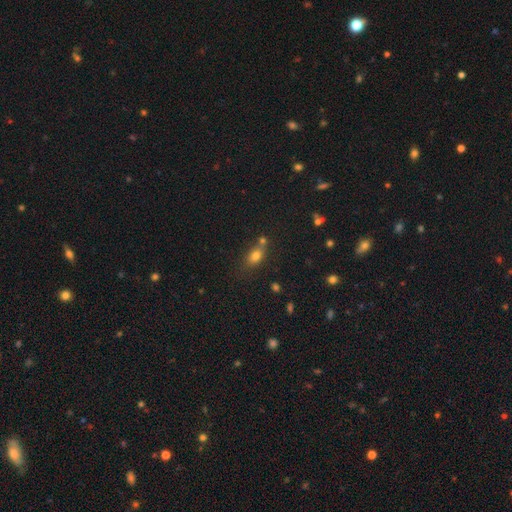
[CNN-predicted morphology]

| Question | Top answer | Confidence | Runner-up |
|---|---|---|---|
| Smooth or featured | smooth | 76% | star or artifact (13%) |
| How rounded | in between | 71% | round (22%) |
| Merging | none | 49% | merger (28%) |